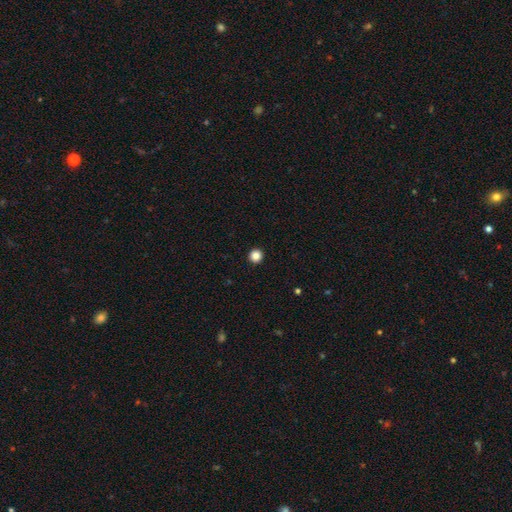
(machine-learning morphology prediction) A smooth galaxy with no disk features (86%) that is round (95%). Merging: none (94%).